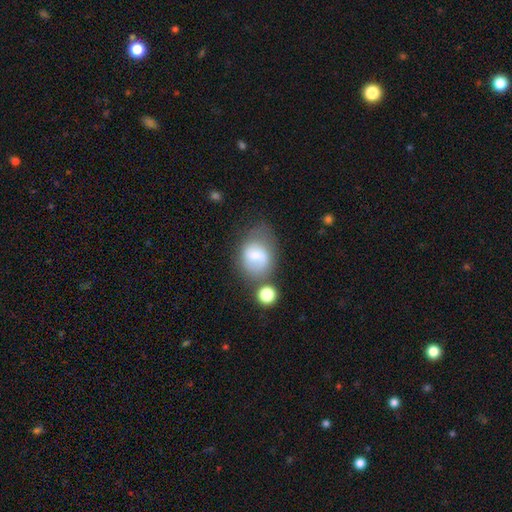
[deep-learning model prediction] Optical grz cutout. It shows a smooth galaxy with no disk features (58%) that is in between round and cigar-shaped (64%). Merging: none (44%).